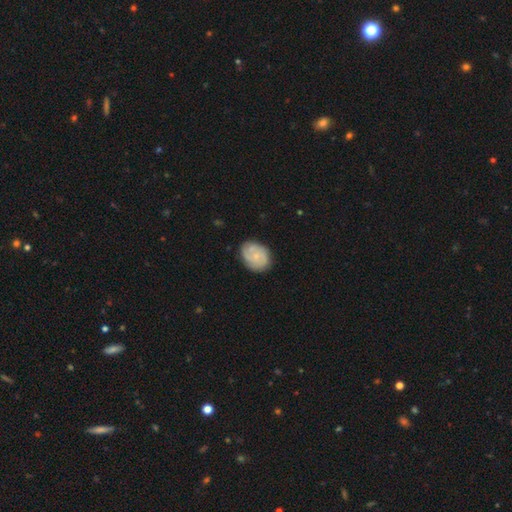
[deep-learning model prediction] A featured or disk galaxy (53%) with no bar (80%), spiral arms (82%) and a small central bulge (70%).

Vote fractions:
- Smooth or featured? featured or disk: 53% / smooth: 40% / star or artifact: 7%
- Edge-on disk? no: 98% / yes: 2%
- Bar? no: 80% / weak: 18% / strong: 2%
- Spiral arms? yes: 82% / no: 18%
- Bulge size? small: 70% / moderate: 20% / none: 8% / large: 1% / dominant: 1%
- Merging? none: 77% / minor disturbance: 17% / major disturbance: 4% / merger: 2%